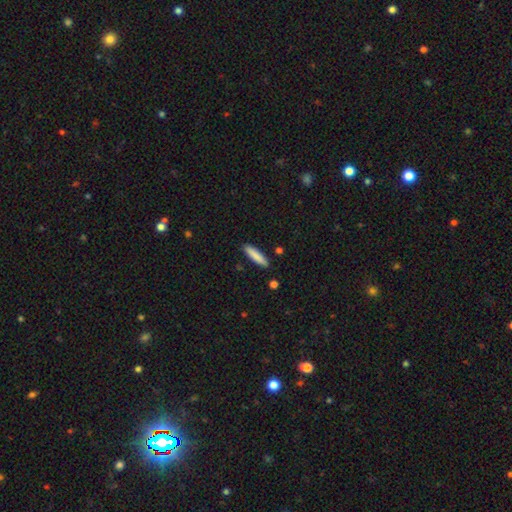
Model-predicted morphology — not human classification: type=smooth (85%); roundness=cigar-shaped (84%); merging=none (89%).